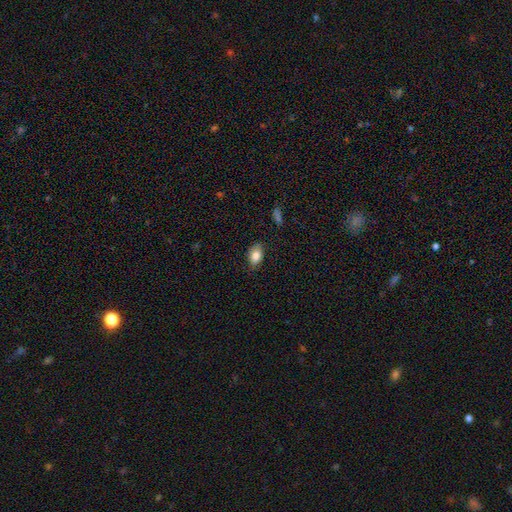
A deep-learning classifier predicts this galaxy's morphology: type=smooth (83%); roundness=in between (87%); merging=none (80%).